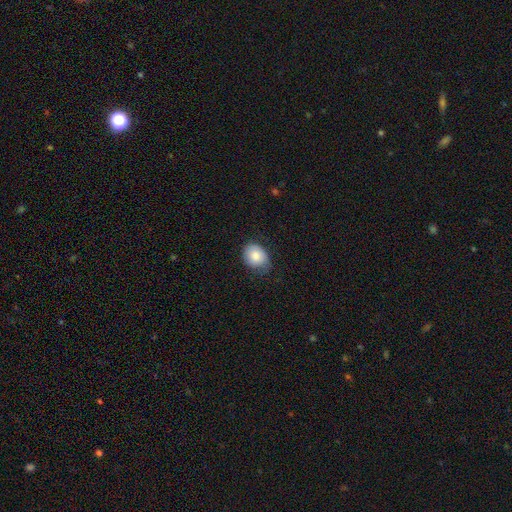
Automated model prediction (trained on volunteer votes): smooth 83%, featured or disk 10%, star or artifact 7%. Down the decision tree: how rounded — in between (57%); merging — none (67%).